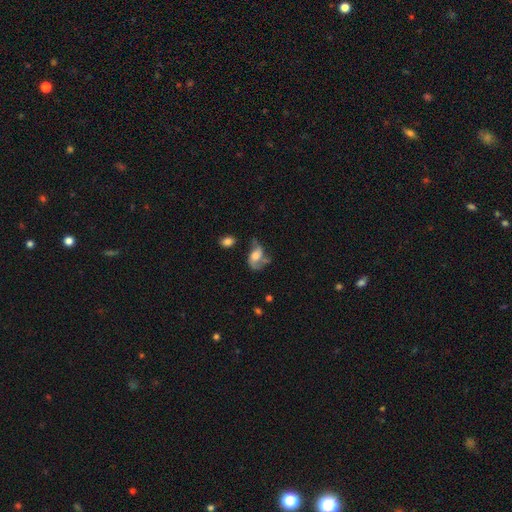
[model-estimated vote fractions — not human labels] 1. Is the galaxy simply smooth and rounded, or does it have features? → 59% featured or disk, 31% smooth, 9% star or artifact.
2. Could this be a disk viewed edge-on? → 96% no, 4% yes.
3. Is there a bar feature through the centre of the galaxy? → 64% no, 29% weak, 7% strong.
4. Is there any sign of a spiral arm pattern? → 77% yes, 23% no.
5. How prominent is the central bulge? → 37% large, 30% moderate, 15% none, 13% small, 5% dominant.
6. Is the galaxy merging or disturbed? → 36% none, 32% major disturbance, 24% minor disturbance, 9% merger.